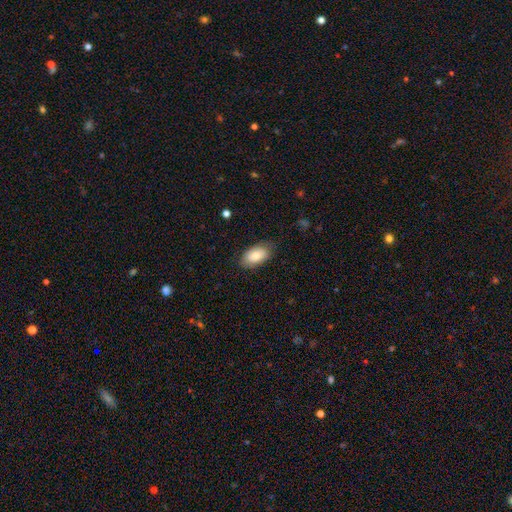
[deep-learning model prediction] A smooth galaxy with no disk features (80%) that is in between round and cigar-shaped (94%). Merging: none (78%).